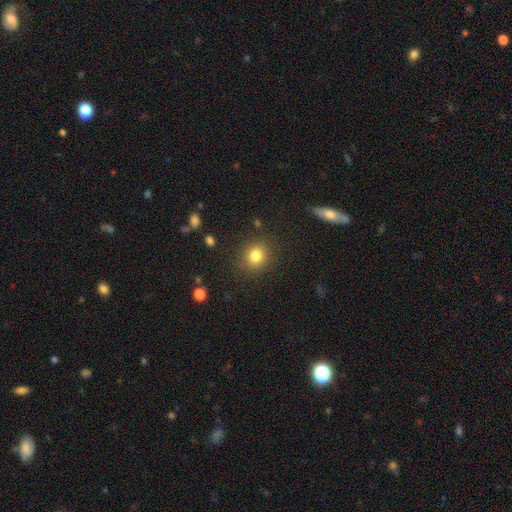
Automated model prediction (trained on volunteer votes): A smooth galaxy with no disk features (82%) that is round (77%).

Vote fractions:
- Smooth or featured? smooth: 82% / star or artifact: 12% / featured or disk: 6%
- How rounded? round: 77% / in between: 22% / cigar-shaped: 1%
- Merging? none: 87% / minor disturbance: 8% / major disturbance: 3% / merger: 2%